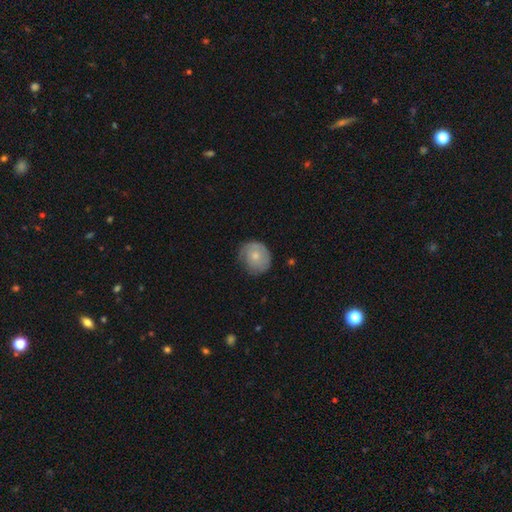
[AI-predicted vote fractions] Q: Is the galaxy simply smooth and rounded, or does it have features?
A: smooth — 58%.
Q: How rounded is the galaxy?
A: round — 76%.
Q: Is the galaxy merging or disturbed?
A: none — 66%.